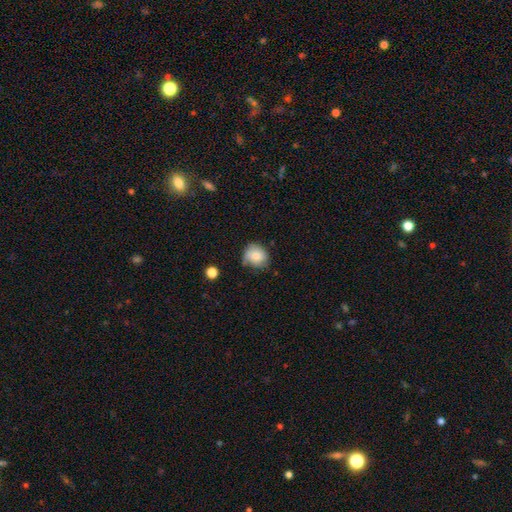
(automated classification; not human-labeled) Q: Smooth or featured?
A: smooth (77%); runner-up: featured or disk (14%)
Q: How rounded?
A: round (68%); runner-up: in between (31%)
Q: Merging?
A: none (52%); runner-up: minor disturbance (35%)